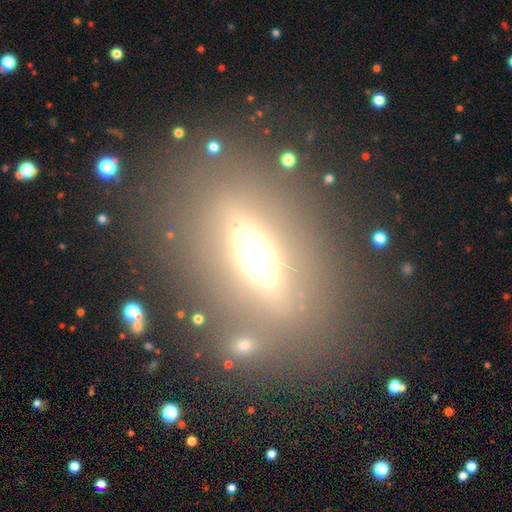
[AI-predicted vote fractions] Q: Smooth or featured?
A: featured or disk (51%); runner-up: smooth (29%)
Q: Edge-on disk?
A: yes (79%); runner-up: no (21%)
Q: Merging?
A: none (80%); runner-up: minor disturbance (10%)